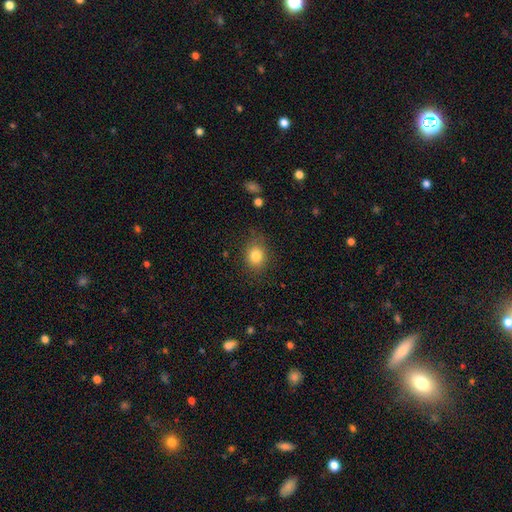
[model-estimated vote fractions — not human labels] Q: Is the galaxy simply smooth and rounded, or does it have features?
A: smooth — 82%.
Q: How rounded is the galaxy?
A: round — 60%.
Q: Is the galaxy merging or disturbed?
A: none — 81%.